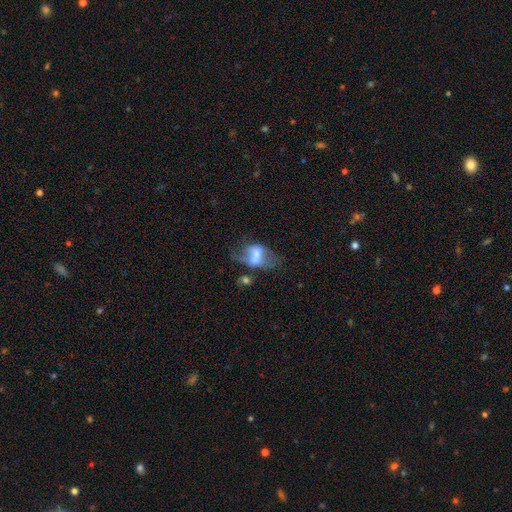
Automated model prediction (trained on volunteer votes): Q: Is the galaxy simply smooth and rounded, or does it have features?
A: featured or disk — 49%.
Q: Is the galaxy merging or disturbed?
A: merger — 39%.